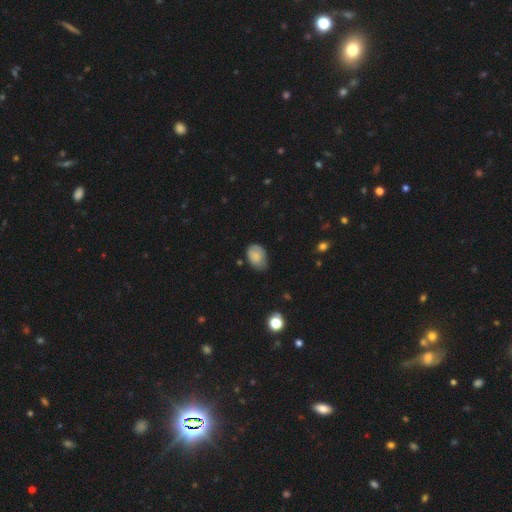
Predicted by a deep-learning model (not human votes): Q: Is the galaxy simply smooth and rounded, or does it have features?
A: smooth — 80%.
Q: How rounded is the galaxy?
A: in between — 80%.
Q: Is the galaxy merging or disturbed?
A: none — 53%.